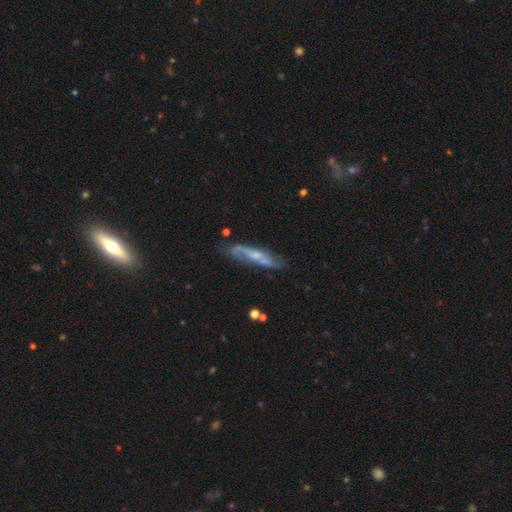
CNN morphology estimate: type=featured or disk (66%); edge-on=no (58%); merging=none (66%).